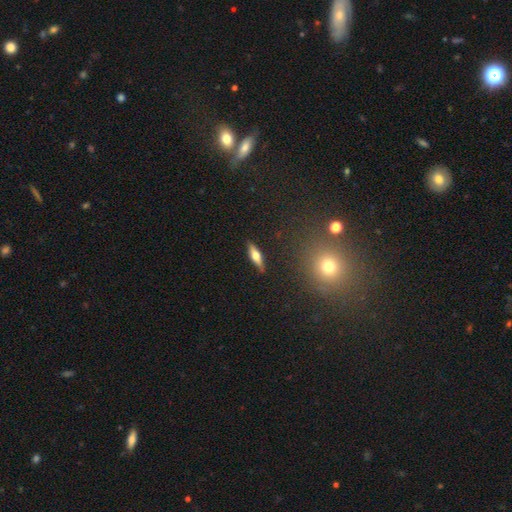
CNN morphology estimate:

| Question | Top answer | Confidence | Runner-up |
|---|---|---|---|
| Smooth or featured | featured or disk | 50% | smooth (43%) |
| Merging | none | 88% | minor disturbance (8%) |